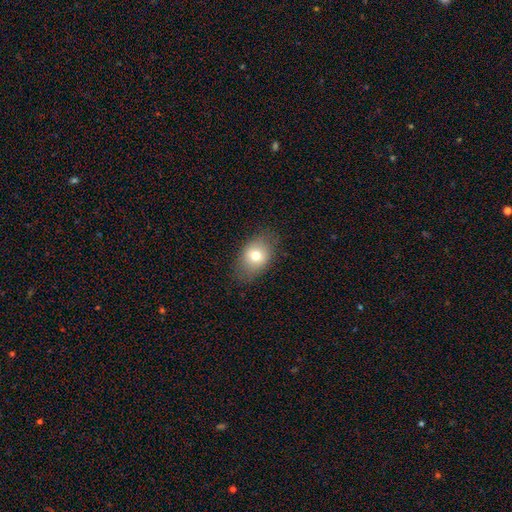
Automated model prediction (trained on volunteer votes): This appears to be a smooth galaxy with no disk features (74%) that is in between round and cigar-shaped (74%). Merging: none (81%).